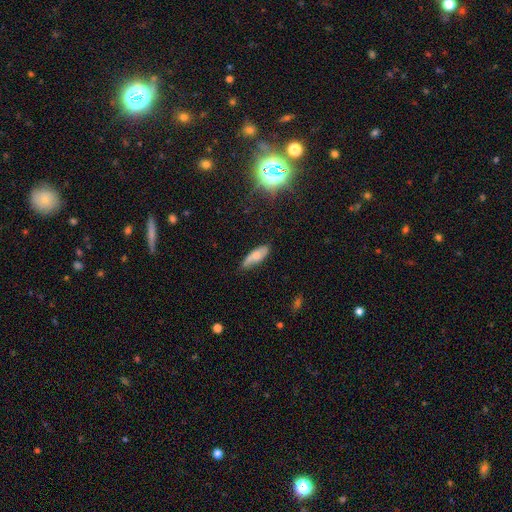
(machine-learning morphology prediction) Smooth or featured: smooth — 68% (featured or disk — 24%)
How rounded: in between — 58% (cigar-shaped — 40%)
Merging: none — 69% (minor disturbance — 24%)